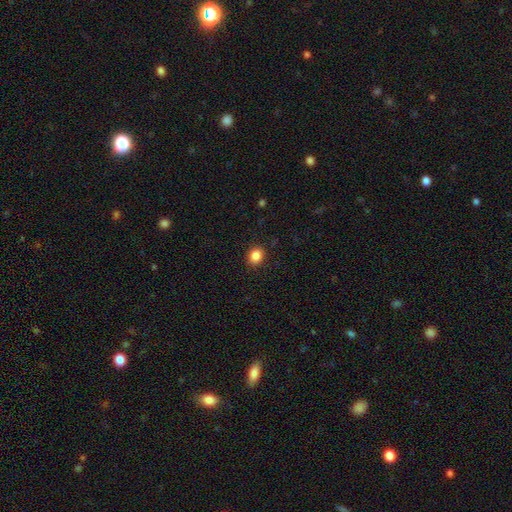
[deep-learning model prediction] smooth 86%, star or artifact 10%, featured or disk 4%. Down the decision tree: how rounded — round (62%); merging — none (90%).